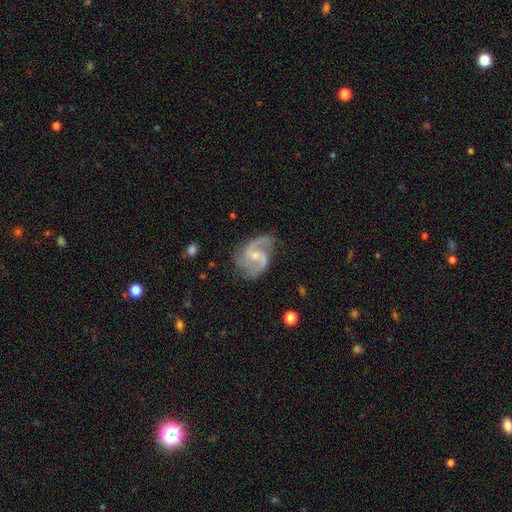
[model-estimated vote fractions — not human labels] Smooth or featured? Predicted: featured or disk (p=0.89). Edge-on disk? Predicted: no (p=0.98). Bar? Predicted: no (p=0.49). Spiral arms? Predicted: yes (p=0.97). Spiral winding? Predicted: medium (p=0.56). Spiral arm count? Predicted: 2 (p=0.79). Bulge size? Predicted: small (p=0.52). Merging? Predicted: none (p=0.68).